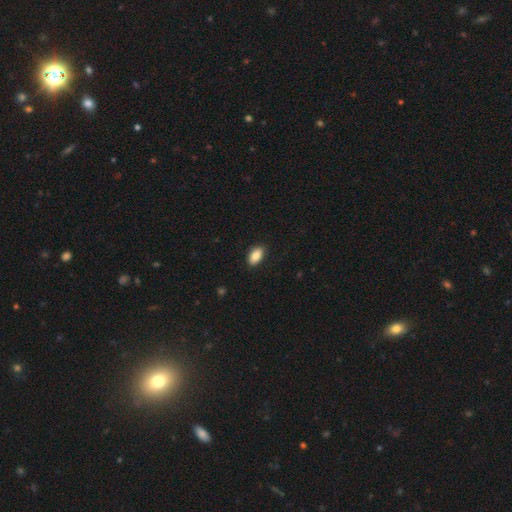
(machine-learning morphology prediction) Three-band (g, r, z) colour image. It shows a smooth galaxy with no disk features (87%) that is in between round and cigar-shaped (92%). Merging: none (88%).